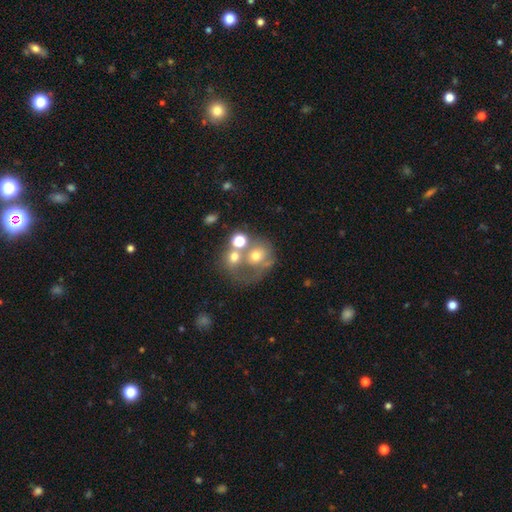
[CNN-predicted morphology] smooth_or_featured: smooth (p=0.52) [alt: featured or disk p=0.33]
how_rounded: round (p=0.68) [alt: in between p=0.31]
merging: merger (p=0.48) [alt: none p=0.28]